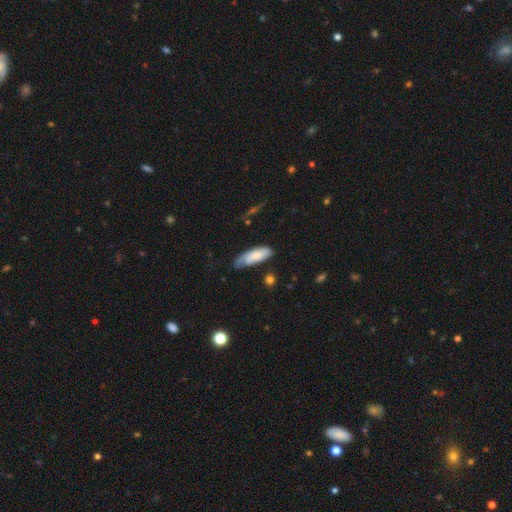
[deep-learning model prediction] Q: Smooth or featured?
A: smooth (68%); runner-up: featured or disk (26%)
Q: How rounded?
A: in between (68%); runner-up: cigar-shaped (30%)
Q: Merging?
A: none (48%); runner-up: minor disturbance (35%)